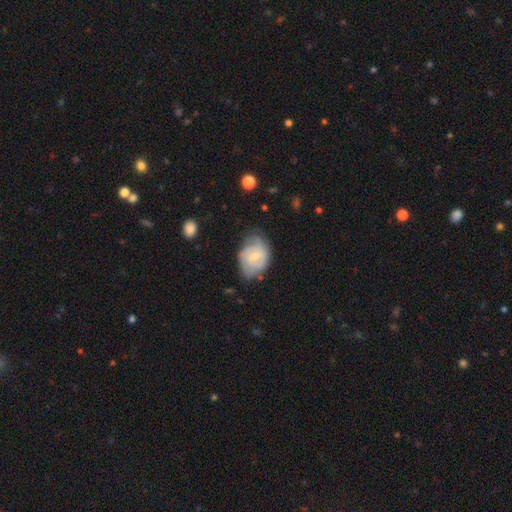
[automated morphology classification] The model was most divided on "bar": no: 54%, weak: 40%, strong: 6%. More confident: edge-on disk — no (97%); spiral arms — yes (76%); smooth or featured — featured or disk (55%); bulge size — small (55%); merging — none (55%).